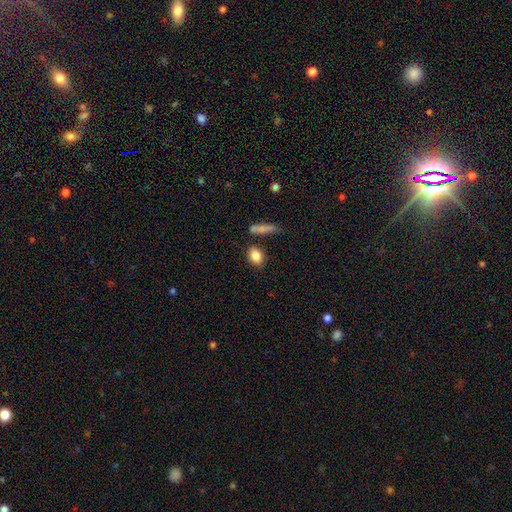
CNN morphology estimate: Smooth or featured: smooth — 84% (star or artifact — 8%)
How rounded: in between — 74% (round — 21%)
Merging: none — 74% (minor disturbance — 14%)